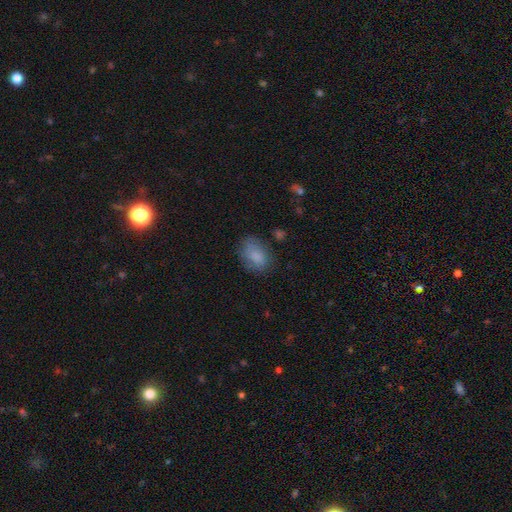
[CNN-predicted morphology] This is clearly a smooth galaxy (83%). How rounded: clearly in between (81%). Merging: likely none (69%).